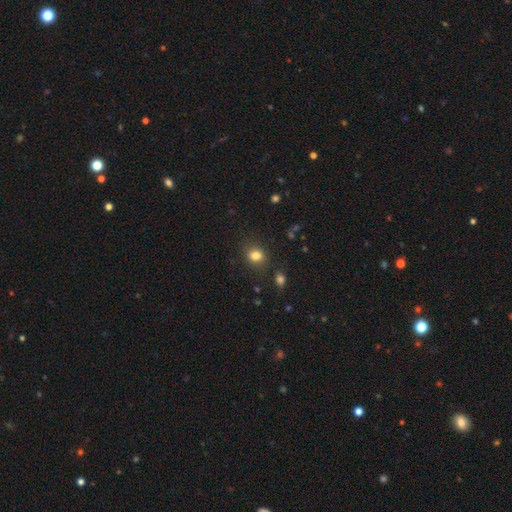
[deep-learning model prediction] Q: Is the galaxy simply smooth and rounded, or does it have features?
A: smooth — 81%.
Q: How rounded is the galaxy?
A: round — 59%.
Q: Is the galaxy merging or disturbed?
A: none — 83%.